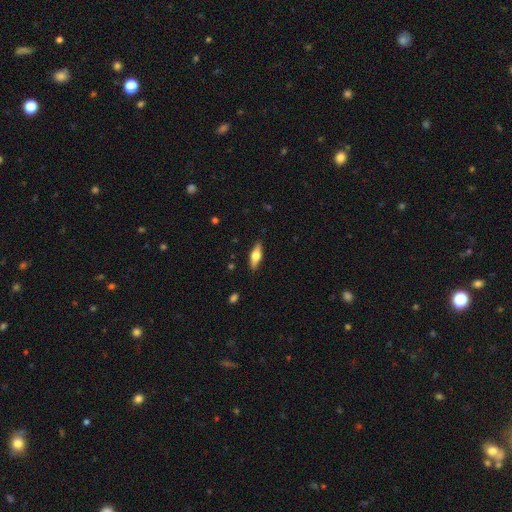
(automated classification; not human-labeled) Q: Smooth or featured?
A: smooth (55%); runner-up: featured or disk (39%)
Q: How rounded?
A: in between (55%); runner-up: cigar-shaped (42%)
Q: Merging?
A: none (88%); runner-up: minor disturbance (9%)